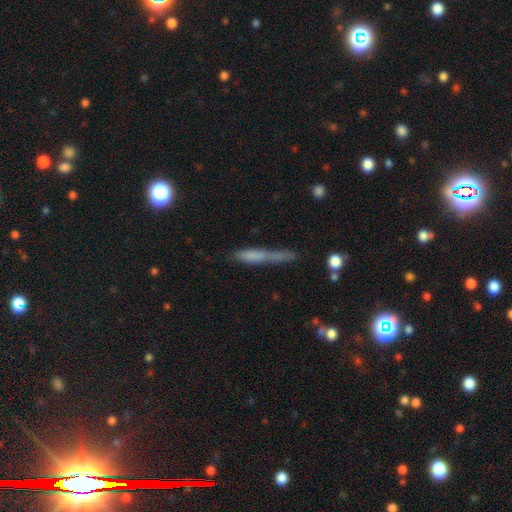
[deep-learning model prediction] Overall: smooth (61%; featured or disk 28%). How rounded: cigar-shaped (91%). Merging: none (54%; minor disturbance 24%).